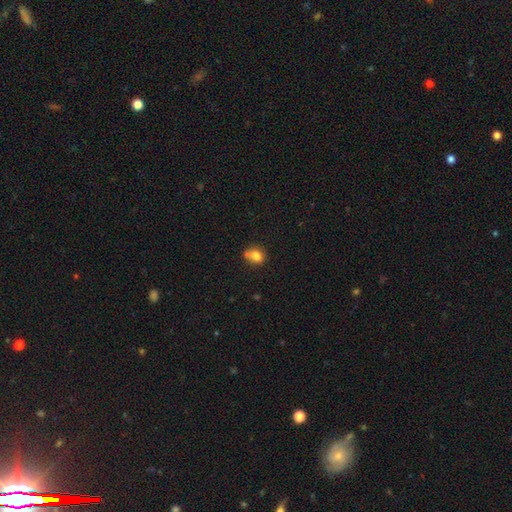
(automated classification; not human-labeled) smooth-or-featured: smooth: 79% | featured or disk: 11% | star or artifact: 10%
  how-rounded: round: 50% | in between: 48% | cigar-shaped: 1%
  merging: none: 50% | minor disturbance: 24% | merger: 19% | major disturbance: 6%